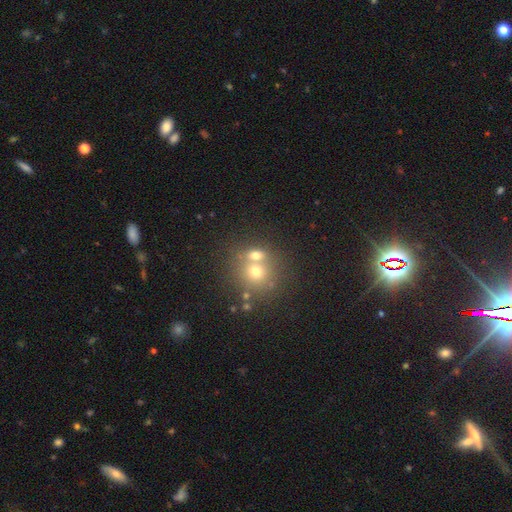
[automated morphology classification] This appears to be a smooth galaxy with no disk features (66%) that is round (76%). Merging: merger (53%).